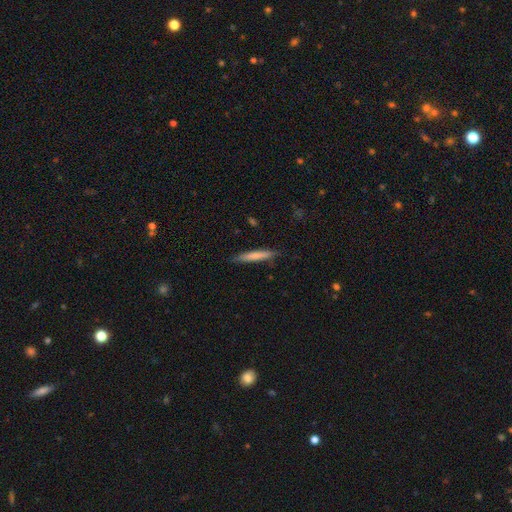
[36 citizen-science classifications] Morphology: type=smooth (81%); roundness=cigar-shaped (97%); merging=none (85%).